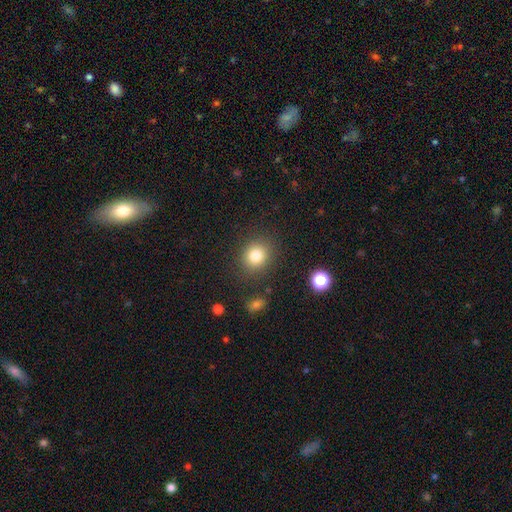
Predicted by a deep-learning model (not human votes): Overall: smooth (81%). How rounded: round (79%). Merging: none (86%).